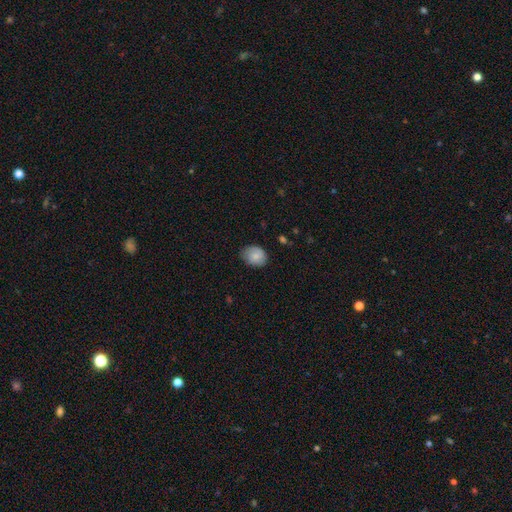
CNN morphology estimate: Smooth or featured? smooth (80%)
How rounded? round (53%)
Merging? none (69%)